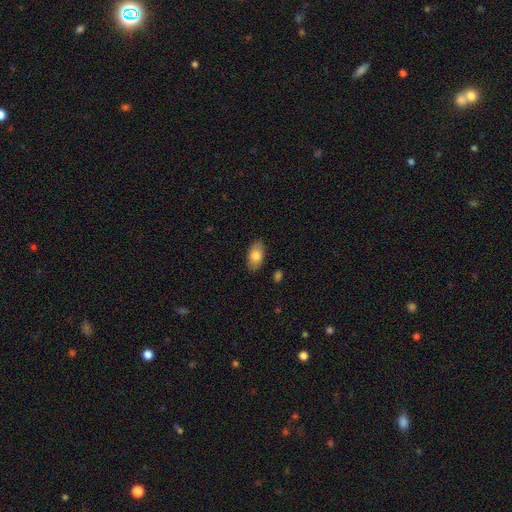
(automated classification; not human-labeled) smooth_or_featured: smooth (p=0.79) [alt: featured or disk p=0.14]
how_rounded: in between (p=0.93) [alt: round p=0.05]
merging: none (p=0.86) [alt: minor disturbance p=0.10]